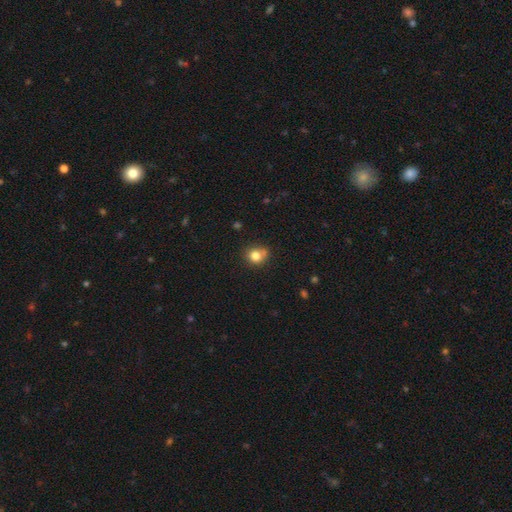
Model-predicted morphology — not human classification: Smooth or featured? smooth (80%)
How rounded? round (78%)
Merging? none (63%)